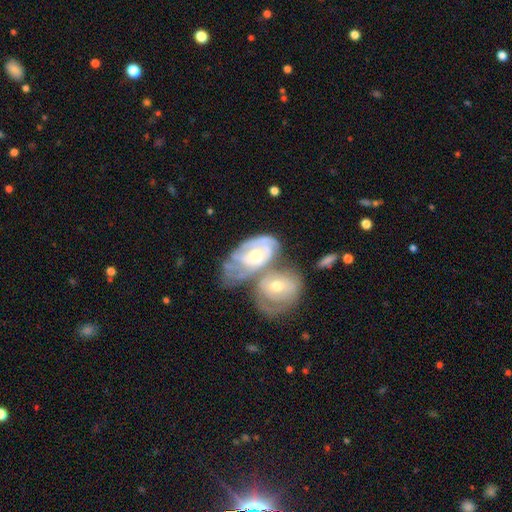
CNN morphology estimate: smooth-or-featured: featured or disk: 72% | smooth: 22% | star or artifact: 5%
  disk-edge-on: no: 94% | yes: 6%
    bar: no: 74% | weak: 21% | strong: 5%
    has-spiral-arms: yes: 73% | no: 27%
      spiral-winding: tight: 64% | medium: 26% | loose: 9%
      spiral-arm-count: can't tell: 58% | 2: 20% | 3: 9% | 1: 7% | 4: 4% | more than 4: 3%
    bulge-size: moderate: 64% | small: 29% | large: 5% | none: 1% | dominant: 1%
  merging: merger: 59% | none: 18% | minor disturbance: 12% | major disturbance: 11%